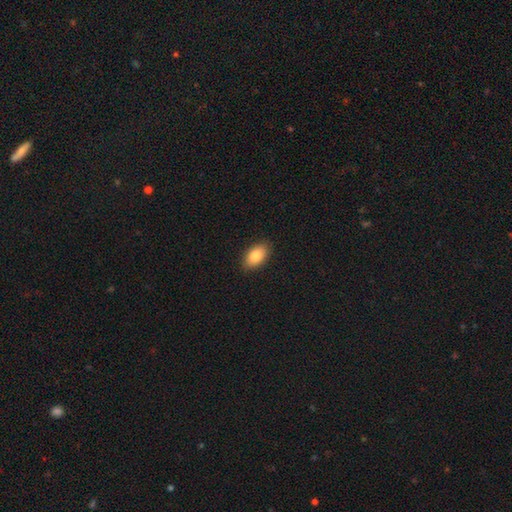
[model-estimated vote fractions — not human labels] Q: Smooth or featured?
A: smooth (84%); runner-up: featured or disk (9%)
Q: How rounded?
A: in between (92%); runner-up: round (6%)
Q: Merging?
A: none (89%); runner-up: minor disturbance (8%)